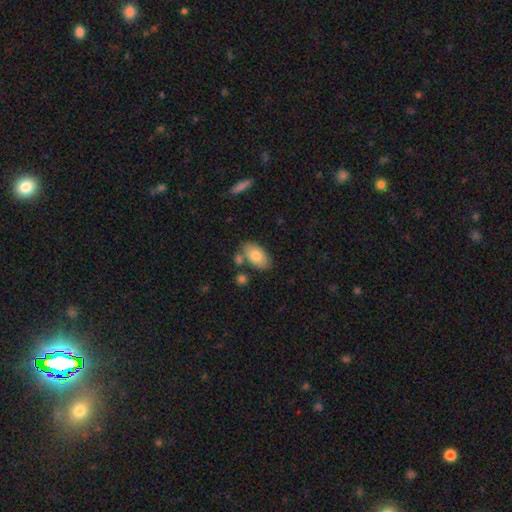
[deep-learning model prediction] A smooth galaxy with no disk features (79%) that is in between round and cigar-shaped (93%).

Vote fractions:
- Smooth or featured? smooth: 79% / featured or disk: 14% / star or artifact: 6%
- How rounded? in between: 93% / round: 5% / cigar-shaped: 2%
- Merging? none: 72% / minor disturbance: 14% / merger: 10% / major disturbance: 3%